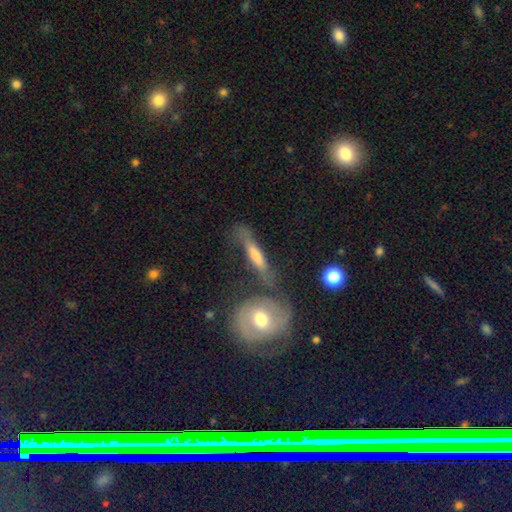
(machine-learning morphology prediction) type=featured or disk (53%); edge-on=yes (63%); merging=none (56%).